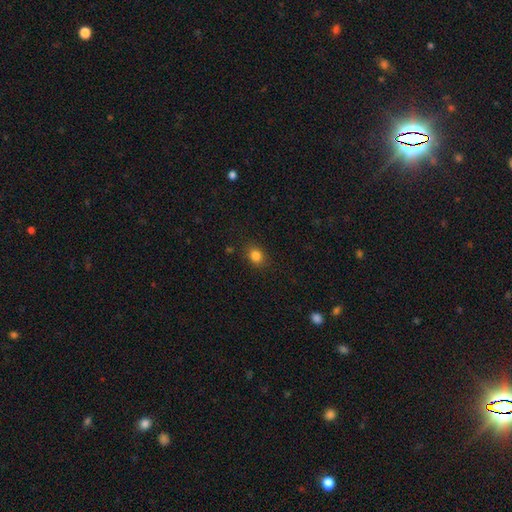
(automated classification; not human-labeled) A smooth galaxy with no disk features (82%) that is round (51%).

Vote fractions:
- Smooth or featured? smooth: 82% / star or artifact: 12% / featured or disk: 5%
- How rounded? round: 51% / in between: 48% / cigar-shaped: 1%
- Merging? none: 85% / minor disturbance: 10% / major disturbance: 3% / merger: 1%